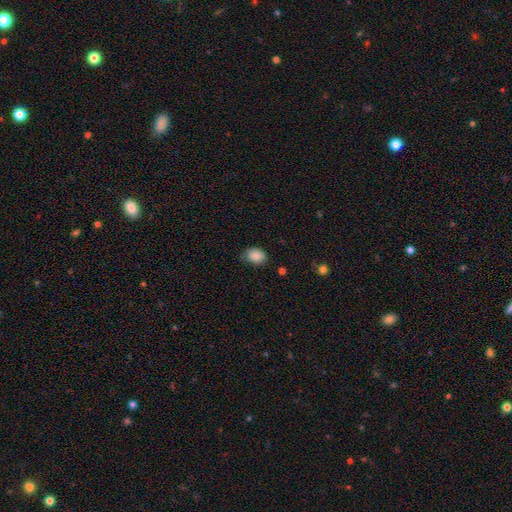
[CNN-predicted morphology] Smooth or featured? smooth (87%)
How rounded? in between (68%)
Merging? none (69%)